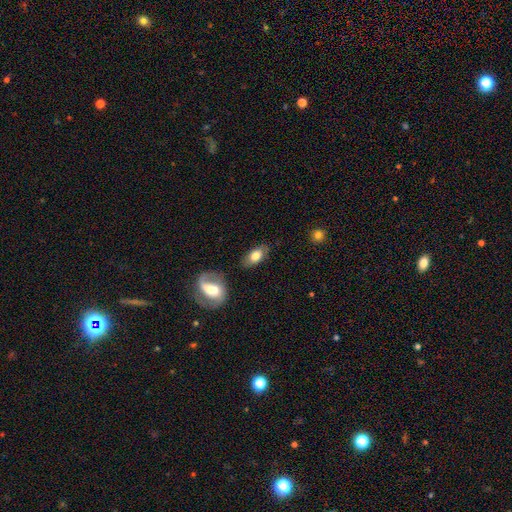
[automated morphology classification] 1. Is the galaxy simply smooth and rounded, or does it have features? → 72% smooth, 21% featured or disk, 7% star or artifact.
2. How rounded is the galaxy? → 89% in between, 6% round, 4% cigar-shaped.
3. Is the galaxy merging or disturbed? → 77% none, 14% minor disturbance, 6% merger, 4% major disturbance.